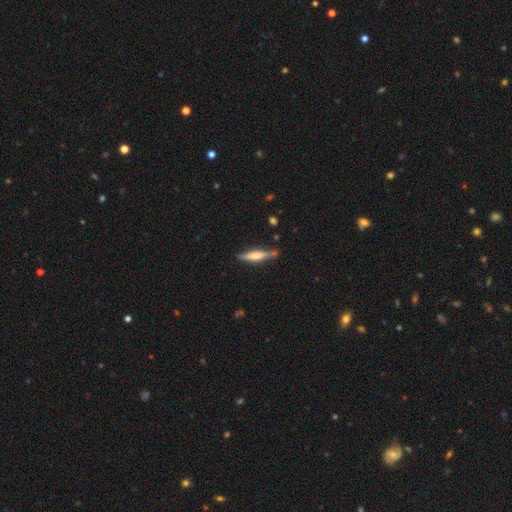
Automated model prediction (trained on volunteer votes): smooth_or_featured: featured or disk (p=0.56) [alt: smooth p=0.38]
disk_edge_on: yes (p=0.96) [alt: no p=0.04]
edge_on_bulge: rounded (p=0.61) [alt: boxy p=0.25]
merging: none (p=0.81) [alt: minor disturbance p=0.12]